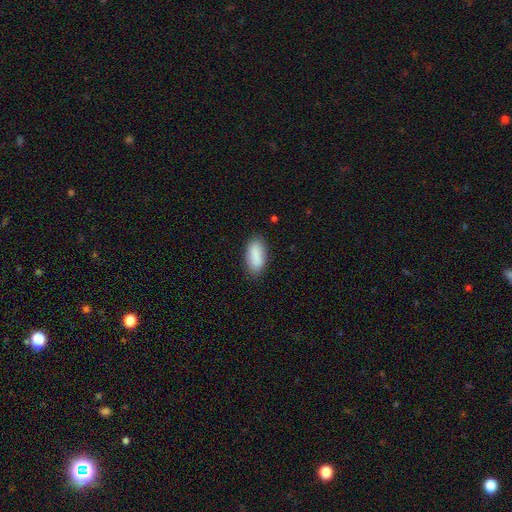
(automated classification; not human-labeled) A smooth galaxy with no disk features (87%) that is in between round and cigar-shaped (88%).

Vote fractions:
- Smooth or featured? smooth: 87% / star or artifact: 7% / featured or disk: 6%
- How rounded? in between: 88% / cigar-shaped: 9% / round: 2%
- Merging? none: 82% / minor disturbance: 13% / major disturbance: 3% / merger: 1%